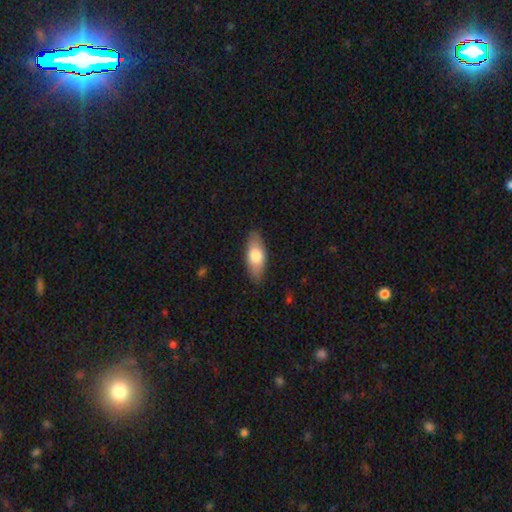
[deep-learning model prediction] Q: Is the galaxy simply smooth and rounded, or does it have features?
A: smooth — 74%.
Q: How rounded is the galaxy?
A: in between — 84%.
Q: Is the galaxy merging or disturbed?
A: none — 85%.